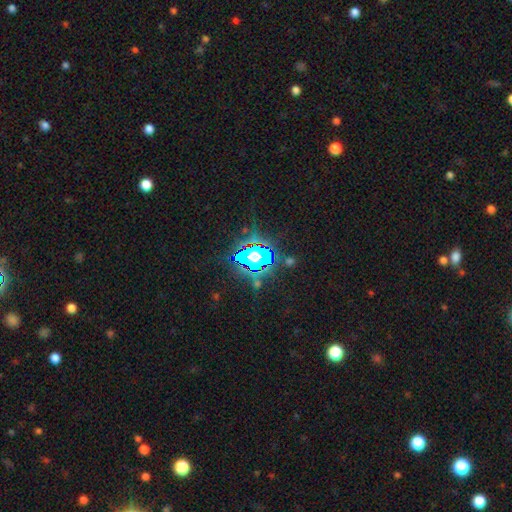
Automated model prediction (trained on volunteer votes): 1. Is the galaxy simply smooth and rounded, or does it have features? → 59% star or artifact, 25% smooth, 16% featured or disk.